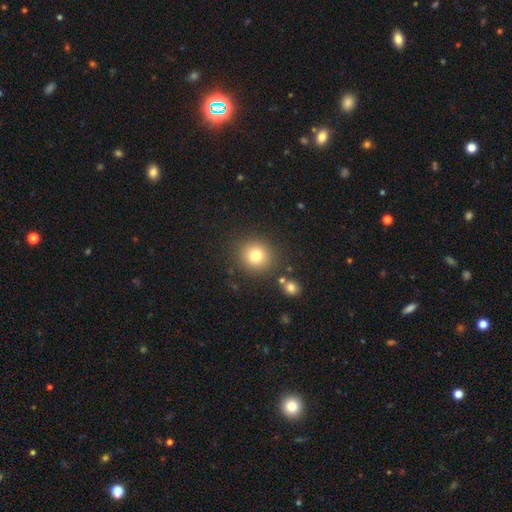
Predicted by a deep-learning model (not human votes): Overall: smooth (78%). How rounded: round (88%). Merging: none (85%).